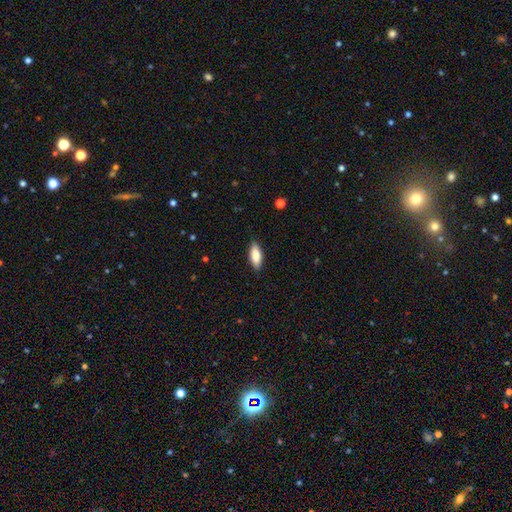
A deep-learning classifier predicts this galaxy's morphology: The model was most divided on "how rounded": in between: 72%, cigar-shaped: 26%, round: 2%. More confident: merging — none (87%); smooth or featured — smooth (80%).